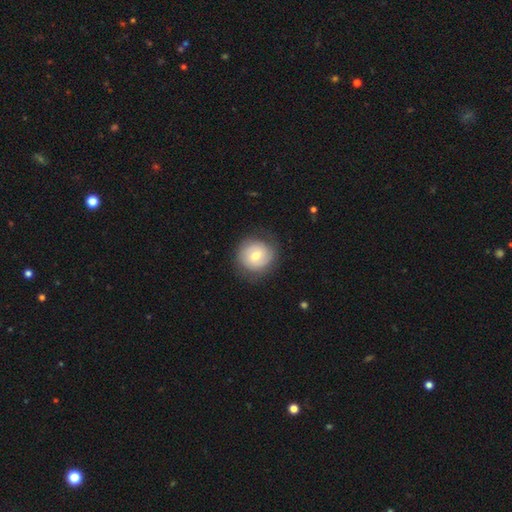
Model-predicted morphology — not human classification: smooth 55%, featured or disk 38%, star or artifact 7%. Down the decision tree: how rounded — round (89%); merging — none (78%).